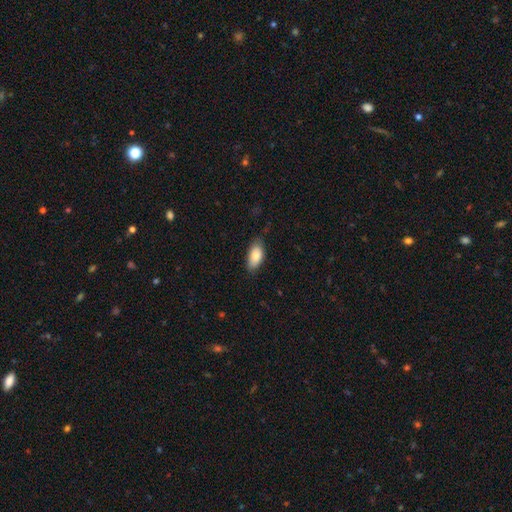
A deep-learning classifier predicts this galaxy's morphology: The model was most divided on "merging": none: 73%, minor disturbance: 22%, major disturbance: 4%, merger: 1%. More confident: how rounded — in between (92%); smooth or featured — smooth (82%).